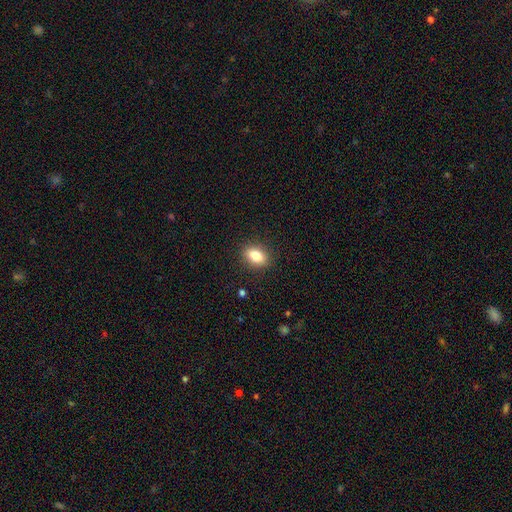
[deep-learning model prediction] This appears to be a smooth galaxy with no disk features (83%) that is in between round and cigar-shaped (81%). Merging: none (88%).